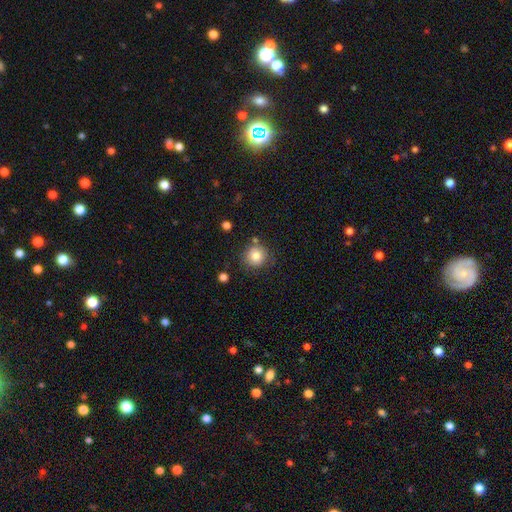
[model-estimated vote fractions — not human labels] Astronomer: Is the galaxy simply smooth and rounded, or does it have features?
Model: smooth — 84%.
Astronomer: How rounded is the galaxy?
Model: round — 92%.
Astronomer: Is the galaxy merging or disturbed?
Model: none — 78%.